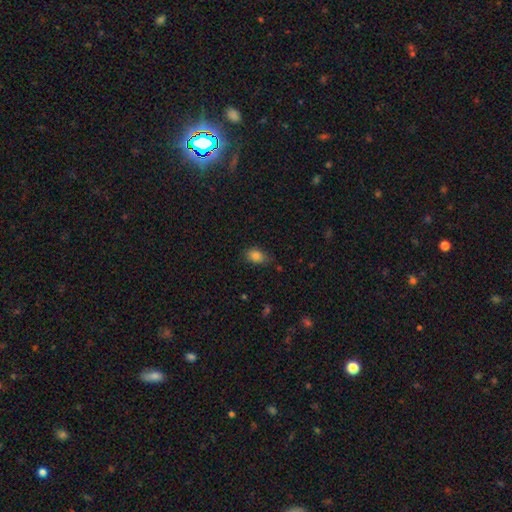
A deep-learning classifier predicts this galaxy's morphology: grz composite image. It shows a smooth galaxy with no disk features (84%) that is in between round and cigar-shaped (81%). Merging: none (73%).